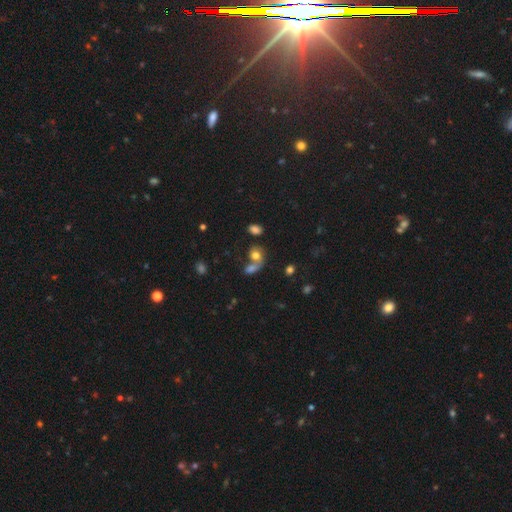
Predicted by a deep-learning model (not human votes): Smooth or featured?
  - smooth: 71% *
  - featured or disk: 16%
  - star or artifact: 13%
How rounded?
  - in between: 53% *
  - round: 45%
  - cigar-shaped: 2%
Merging?
  - merger: 54% *
  - none: 29%
  - minor disturbance: 9%
  - major disturbance: 7%